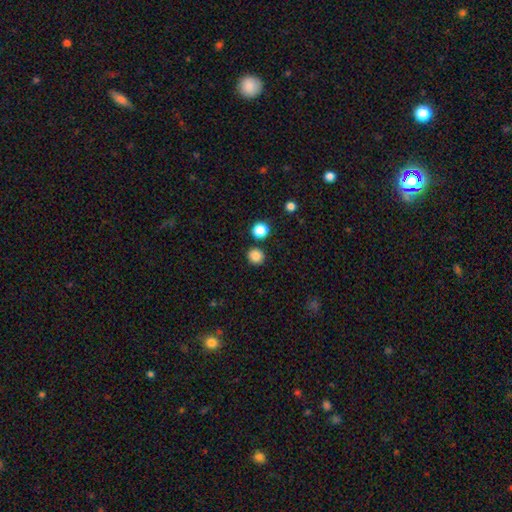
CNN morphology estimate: Overall: smooth (85%). How rounded: round (91%). Merging: none (87%).